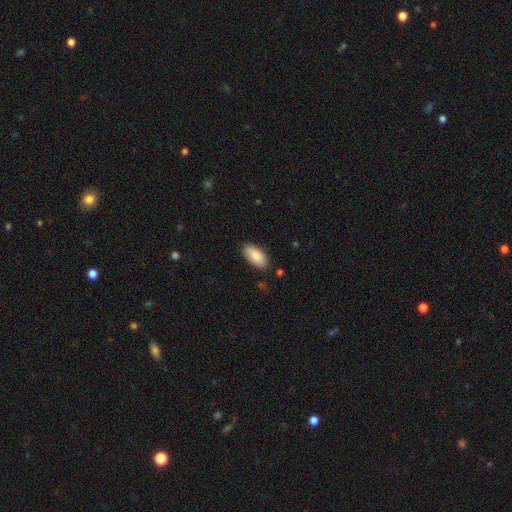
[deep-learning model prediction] Q: Smooth or featured?
A: smooth (89%); runner-up: star or artifact (6%)
Q: How rounded?
A: in between (93%); runner-up: cigar-shaped (5%)
Q: Merging?
A: none (84%); runner-up: minor disturbance (12%)